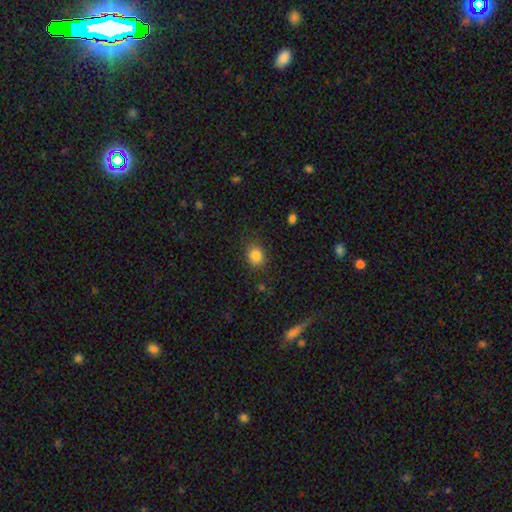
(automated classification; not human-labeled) smooth_or_featured: smooth (p=0.84) [alt: star or artifact p=0.11]
how_rounded: round (p=0.69) [alt: in between p=0.30]
merging: none (p=0.81) [alt: minor disturbance p=0.13]